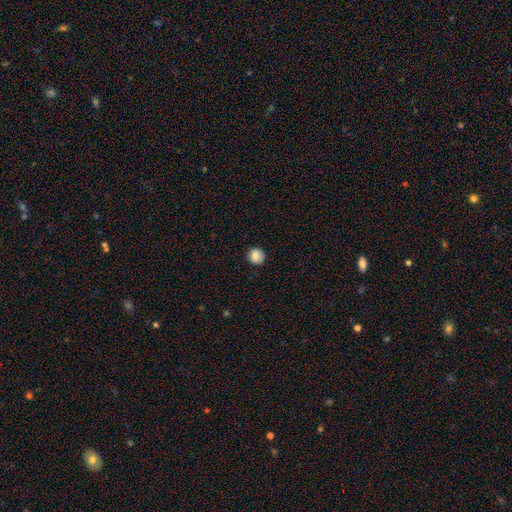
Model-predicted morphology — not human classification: smooth_or_featured: smooth (p=0.84) [alt: star or artifact p=0.09]
how_rounded: round (p=0.90) [alt: in between p=0.09]
merging: none (p=0.87) [alt: minor disturbance p=0.10]